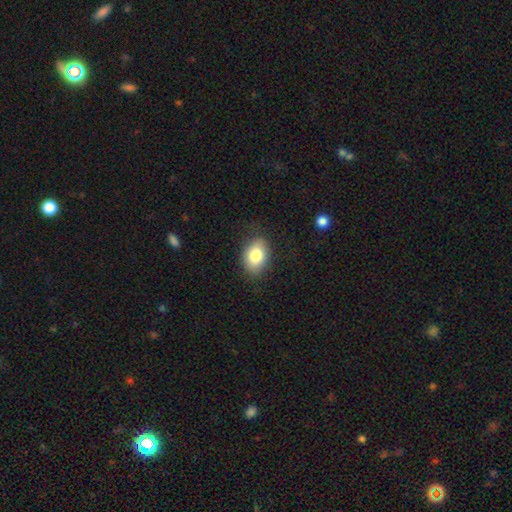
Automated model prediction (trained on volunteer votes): Overall: smooth (81%). How rounded: in between (84%). Merging: none (81%).